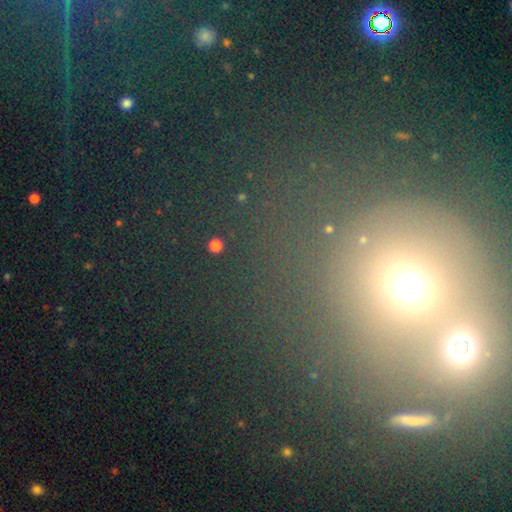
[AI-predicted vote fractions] smooth 46%, star or artifact 41%, featured or disk 13%. Down the decision tree: merging — none (56%).